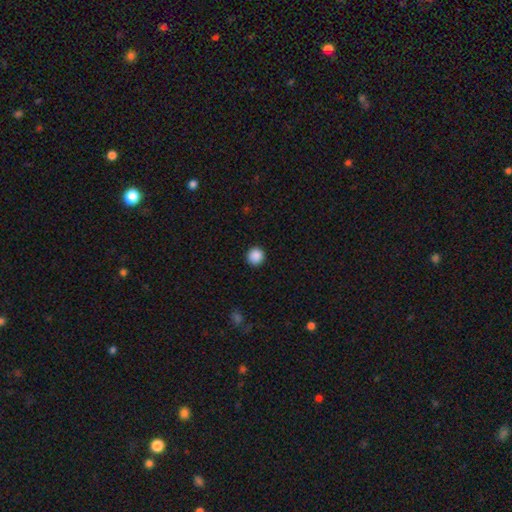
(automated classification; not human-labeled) Morphology: type=smooth (89%); roundness=round (95%); merging=none (93%).